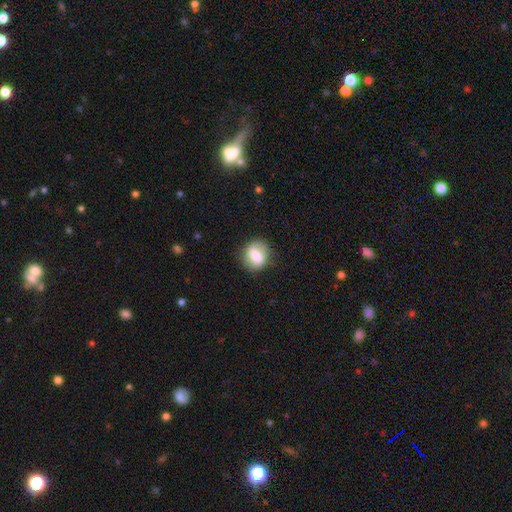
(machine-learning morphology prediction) Smooth or featured?
  - smooth: 68% *
  - featured or disk: 24%
  - star or artifact: 8%
How rounded?
  - round: 64% *
  - in between: 35%
  - cigar-shaped: 2%
Merging?
  - none: 79% *
  - minor disturbance: 15%
  - major disturbance: 5%
  - merger: 1%